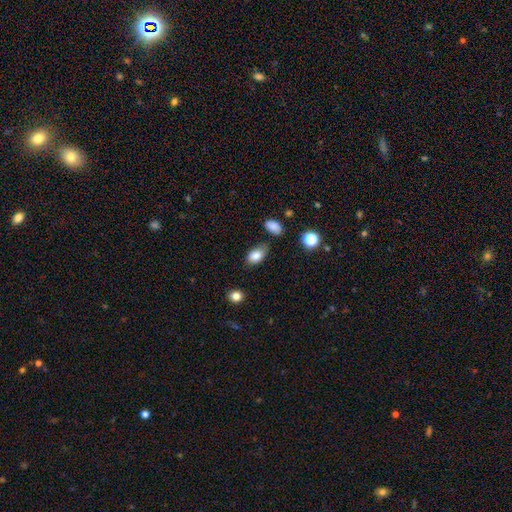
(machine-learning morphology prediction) Smooth or featured: smooth — 84% (star or artifact — 9%)
How rounded: in between — 89% (round — 9%)
Merging: none — 65% (minor disturbance — 24%)